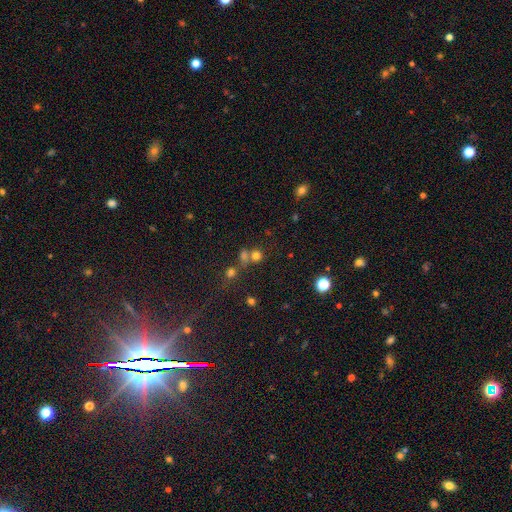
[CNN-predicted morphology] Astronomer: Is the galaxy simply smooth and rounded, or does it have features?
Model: smooth — 69%.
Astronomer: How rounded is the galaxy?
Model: round — 87%.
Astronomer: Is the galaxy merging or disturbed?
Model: none — 56% (runner-up: merger, 32%).